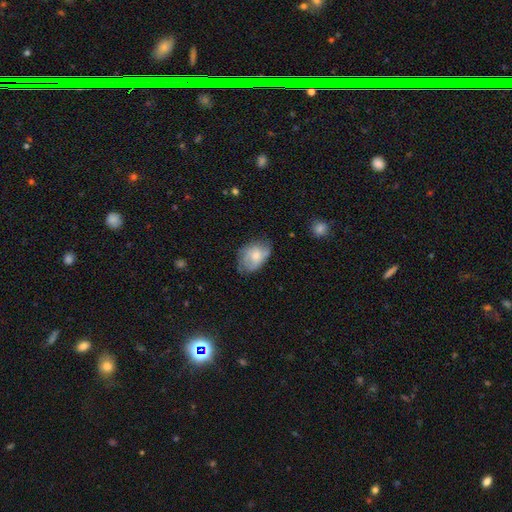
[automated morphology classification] Smooth or featured?
  - smooth: 62% *
  - featured or disk: 31%
  - star or artifact: 7%
How rounded?
  - in between: 81% *
  - round: 17%
  - cigar-shaped: 1%
Merging?
  - none: 53% *
  - minor disturbance: 34%
  - major disturbance: 11%
  - merger: 2%